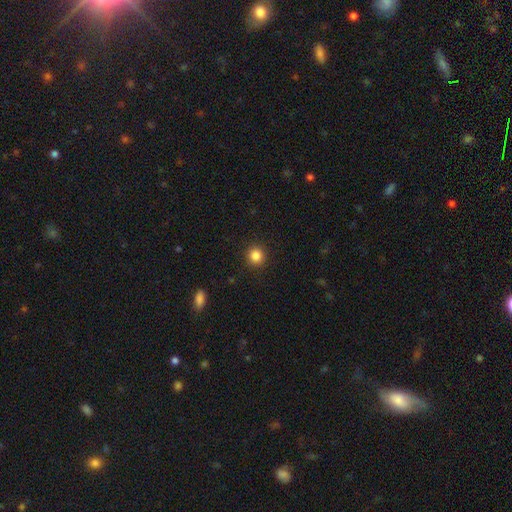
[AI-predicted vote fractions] A smooth galaxy with no disk features (85%) that is round (92%).

Vote fractions:
- Smooth or featured? smooth: 85% / star or artifact: 11% / featured or disk: 4%
- How rounded? round: 92% / in between: 7% / cigar-shaped: 1%
- Merging? none: 92% / minor disturbance: 5% / major disturbance: 2% / merger: 1%